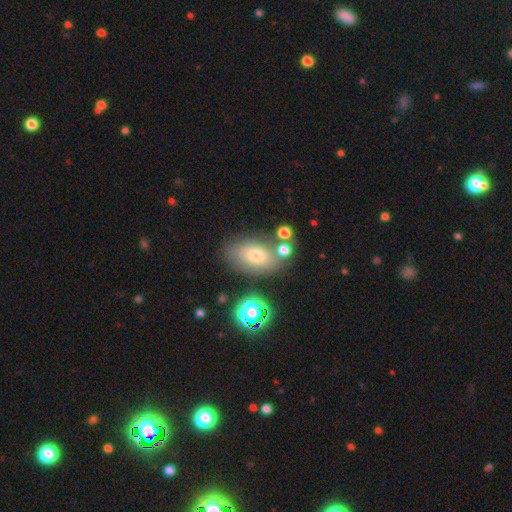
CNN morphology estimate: smooth_or_featured: smooth (p=0.68) [alt: featured or disk p=0.19]
how_rounded: in between (p=0.86) [alt: round p=0.11]
merging: none (p=0.68) [alt: minor disturbance p=0.16]